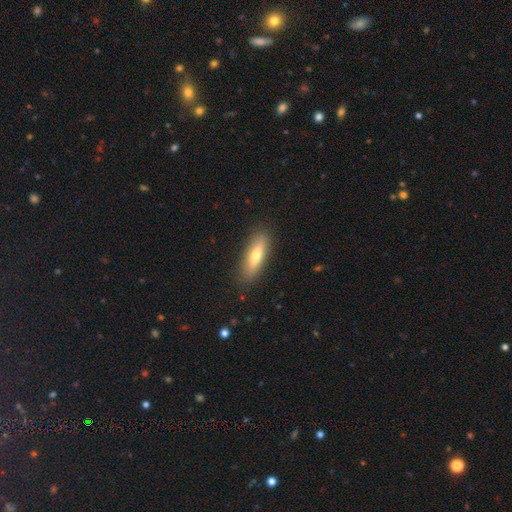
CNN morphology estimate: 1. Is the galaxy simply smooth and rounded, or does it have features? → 62% smooth, 32% featured or disk, 6% star or artifact.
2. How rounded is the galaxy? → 61% cigar-shaped, 37% in between, 2% round.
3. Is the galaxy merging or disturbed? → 88% none, 9% minor disturbance, 2% major disturbance, 1% merger.